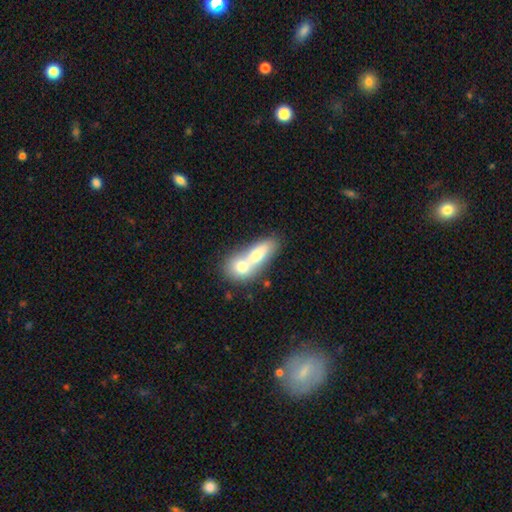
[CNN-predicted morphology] A smooth galaxy with no disk features (59%) that is in between round and cigar-shaped (57%). Merging: merger (72%).